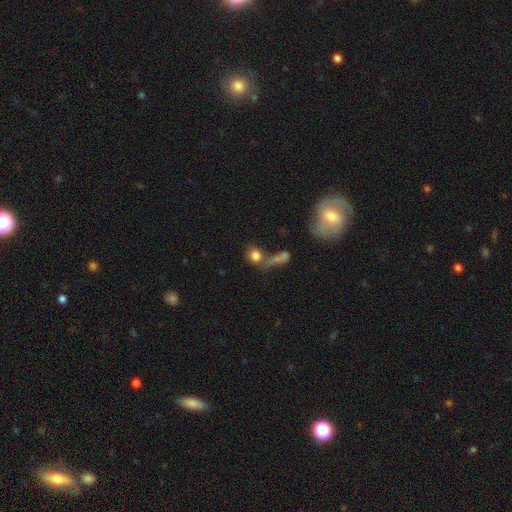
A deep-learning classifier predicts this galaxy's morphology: The model was most divided on "merging": none: 44%, merger: 34%, minor disturbance: 12%, major disturbance: 10%. More confident: smooth or featured — smooth (79%); how rounded — round (60%).